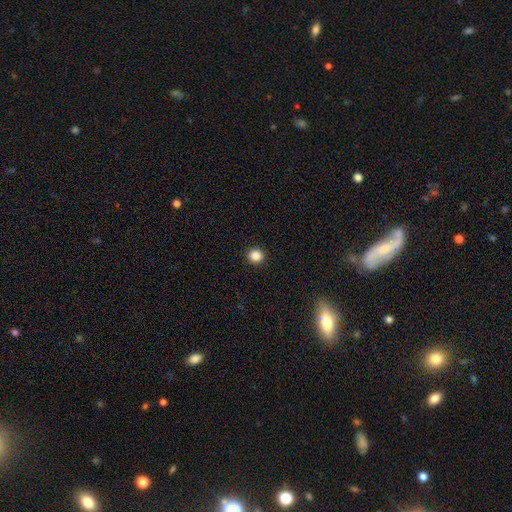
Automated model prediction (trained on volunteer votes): The model was most divided on "how rounded": round: 87%, in between: 12%, cigar-shaped: 1%. More confident: merging — none (93%); smooth or featured — smooth (86%).